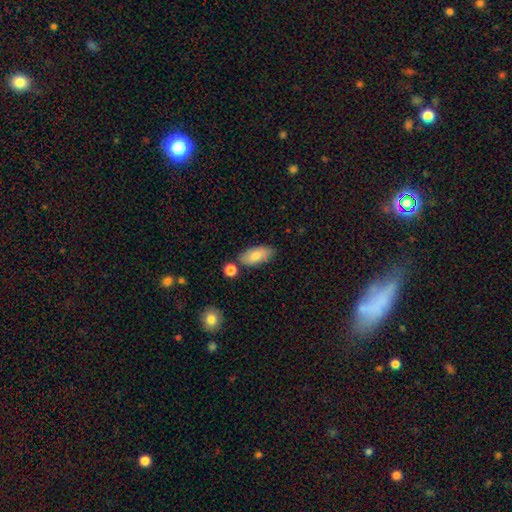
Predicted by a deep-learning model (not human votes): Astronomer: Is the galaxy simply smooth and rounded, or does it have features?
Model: smooth — 77%.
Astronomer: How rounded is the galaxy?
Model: in between — 89%.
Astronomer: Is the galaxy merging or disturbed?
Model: none — 69%.